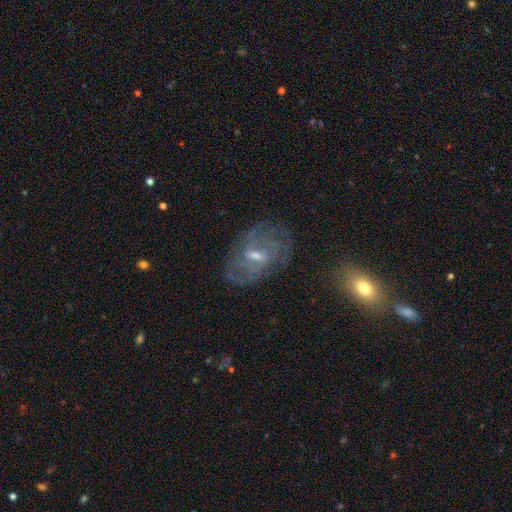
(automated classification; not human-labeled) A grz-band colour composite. It shows a featured or disk galaxy (72%) with a weak bar (55%), tight (44%) spiral arms (80%) and a small central bulge (49%). Merging: none (70%).